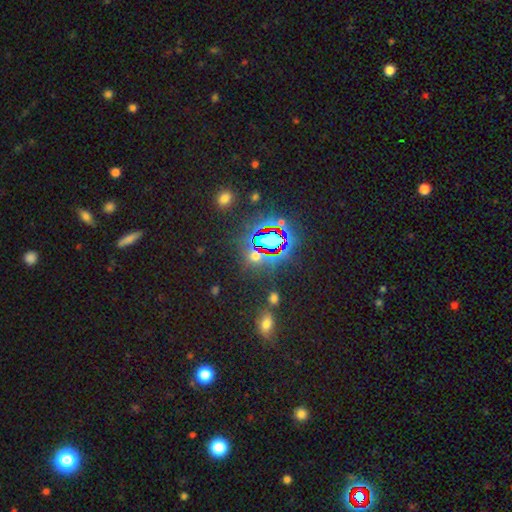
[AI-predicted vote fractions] Morphology: type=star or artifact (64%).